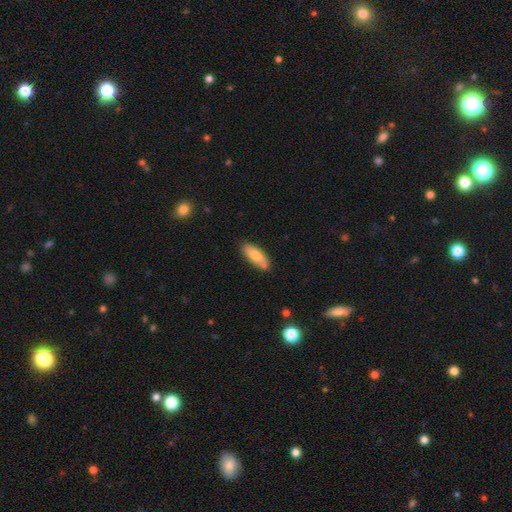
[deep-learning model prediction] Smooth or featured?
  - smooth: 80% *
  - featured or disk: 14%
  - star or artifact: 6%
How rounded?
  - in between: 66% *
  - cigar-shaped: 32%
  - round: 2%
Merging?
  - none: 70% *
  - minor disturbance: 17%
  - merger: 9%
  - major disturbance: 3%